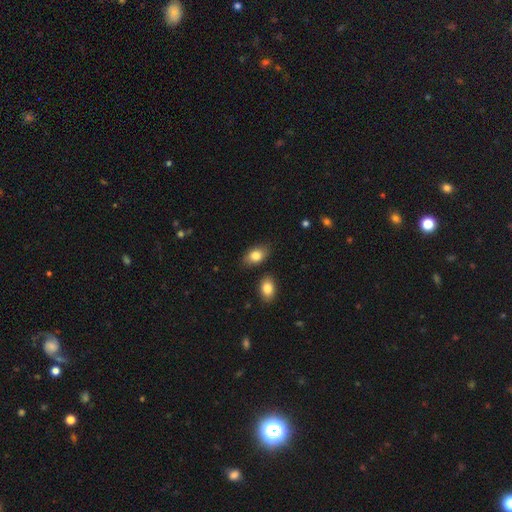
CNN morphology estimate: Smooth or featured: smooth — 83% (featured or disk — 10%)
How rounded: in between — 89% (round — 10%)
Merging: none — 81% (minor disturbance — 12%)